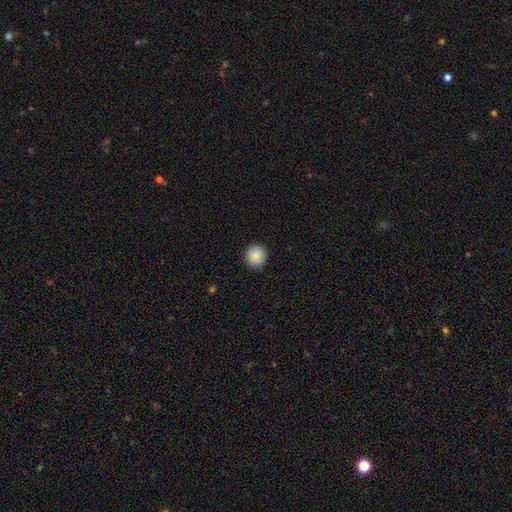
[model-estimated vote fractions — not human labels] smooth 86%, star or artifact 8%, featured or disk 6%. Down the decision tree: how rounded — round (91%); merging — none (90%).